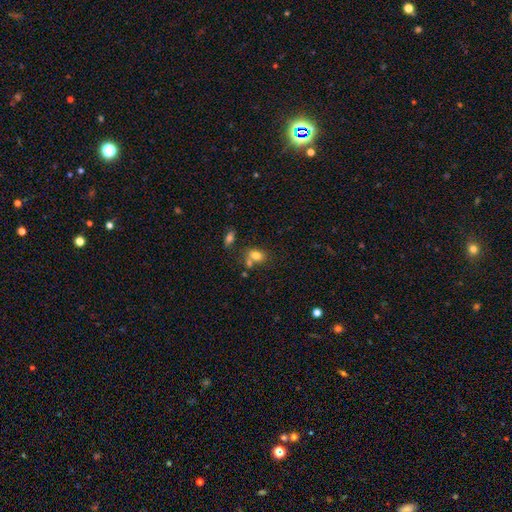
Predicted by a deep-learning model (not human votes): smooth-or-featured: smooth: 78% | star or artifact: 11% | featured or disk: 11%
  how-rounded: in between: 70% | round: 28% | cigar-shaped: 2%
  merging: none: 49% | merger: 32% | minor disturbance: 14% | major disturbance: 5%